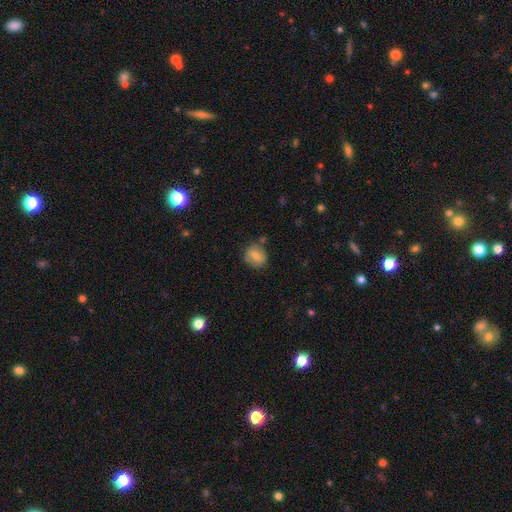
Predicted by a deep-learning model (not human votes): Smooth or featured? Predicted: smooth (p=0.67). How rounded? Predicted: round (p=0.67). Merging? Predicted: none (p=0.72).